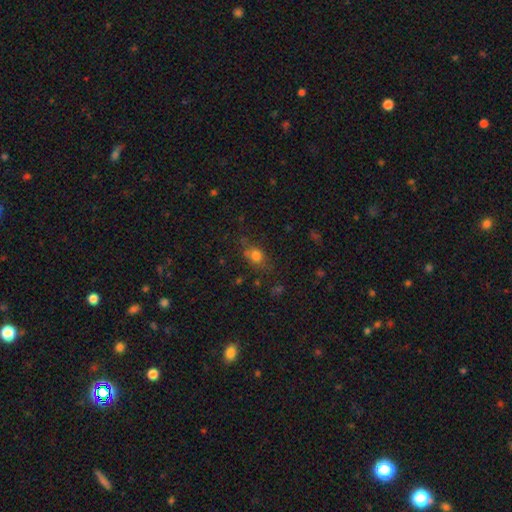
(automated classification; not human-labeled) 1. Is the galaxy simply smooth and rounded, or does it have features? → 75% smooth, 13% star or artifact, 12% featured or disk.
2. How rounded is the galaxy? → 57% in between, 39% round, 4% cigar-shaped.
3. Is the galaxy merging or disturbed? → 63% none, 23% minor disturbance, 9% major disturbance, 5% merger.